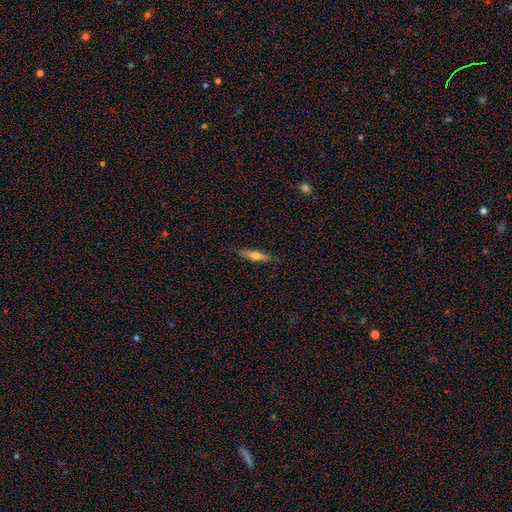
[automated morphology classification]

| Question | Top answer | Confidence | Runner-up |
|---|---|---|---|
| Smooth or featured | smooth | 48% | featured or disk (45%) |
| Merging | none | 87% | minor disturbance (10%) |